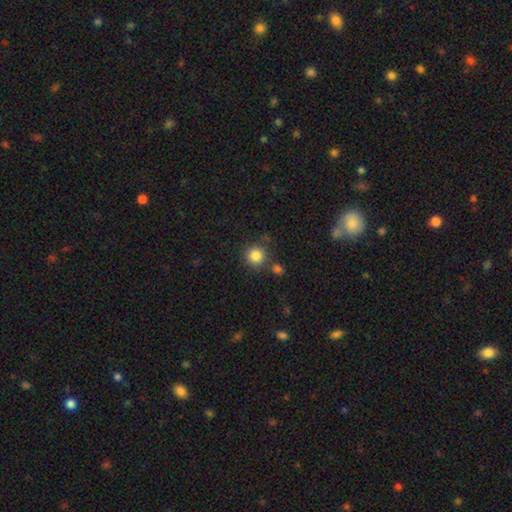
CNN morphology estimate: A smooth galaxy with no disk features (84%) that is round (93%). Merging: none (76%).